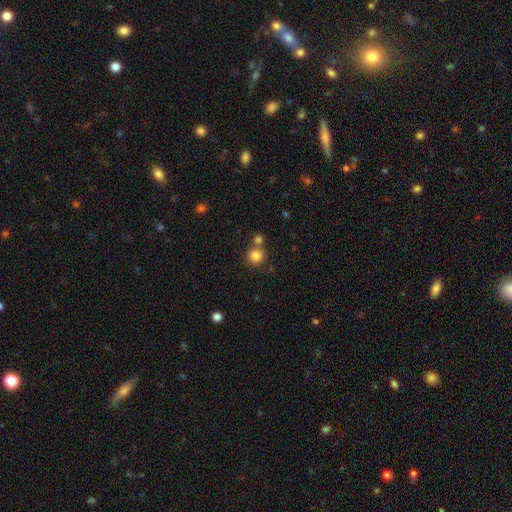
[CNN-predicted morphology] Smooth or featured? Predicted: smooth (p=0.83). How rounded? Predicted: round (p=0.92). Merging? Predicted: none (p=0.67).